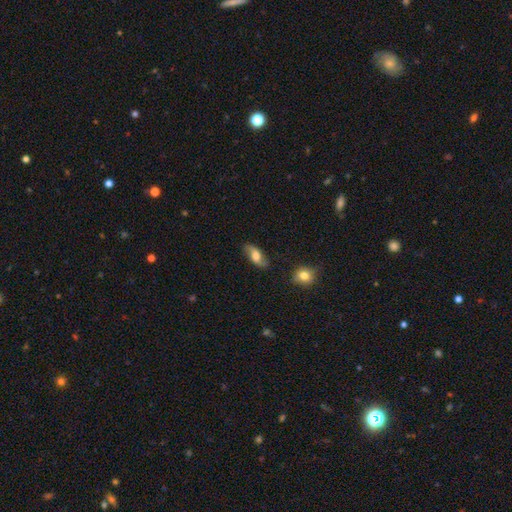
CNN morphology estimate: This appears to be a smooth galaxy with no disk features (54%) that is in between round and cigar-shaped (83%). Merging: none (74%).